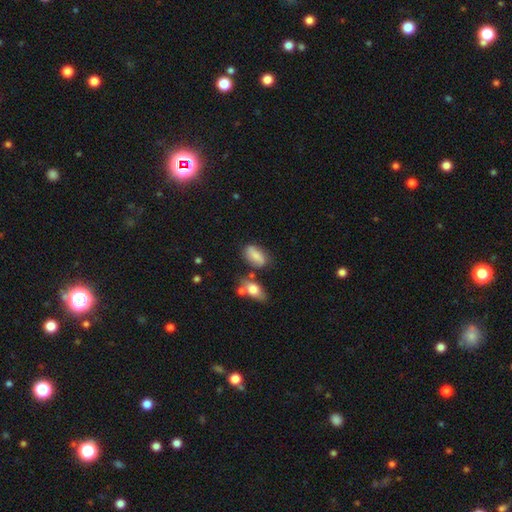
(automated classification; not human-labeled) Smooth or featured?
  - smooth: 74% *
  - featured or disk: 18%
  - star or artifact: 9%
How rounded?
  - in between: 86% *
  - cigar-shaped: 8%
  - round: 7%
Merging?
  - none: 65% *
  - minor disturbance: 20%
  - merger: 9%
  - major disturbance: 6%